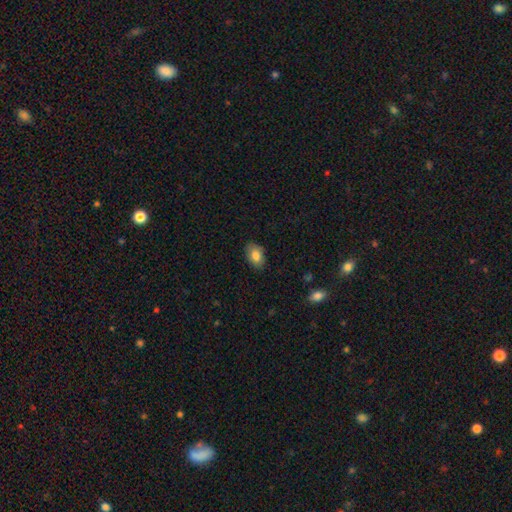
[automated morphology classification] A smooth galaxy with no disk features (82%) that is in between round and cigar-shaped (87%).

Vote fractions:
- Smooth or featured? smooth: 82% / featured or disk: 10% / star or artifact: 8%
- How rounded? in between: 87% / round: 12% / cigar-shaped: 1%
- Merging? none: 85% / minor disturbance: 12% / major disturbance: 2% / merger: 1%